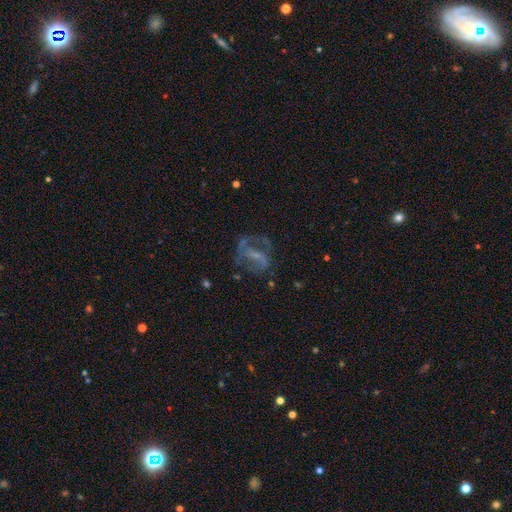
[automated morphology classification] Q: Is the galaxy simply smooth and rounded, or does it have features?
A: featured or disk — 67%.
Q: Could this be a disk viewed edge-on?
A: no — 95%.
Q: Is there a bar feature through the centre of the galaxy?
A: weak — 38%.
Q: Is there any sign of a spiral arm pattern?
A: yes — 59%.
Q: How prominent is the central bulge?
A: small — 40%.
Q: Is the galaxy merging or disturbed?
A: none — 46%.